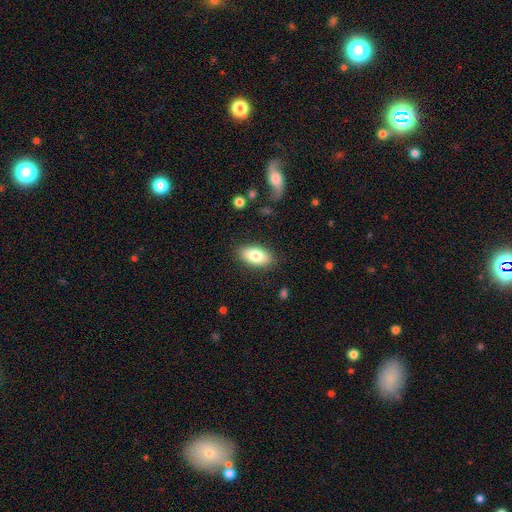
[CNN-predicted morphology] smooth 78%, featured or disk 15%, star or artifact 7%. Down the decision tree: how rounded — in between (92%); merging — none (86%).